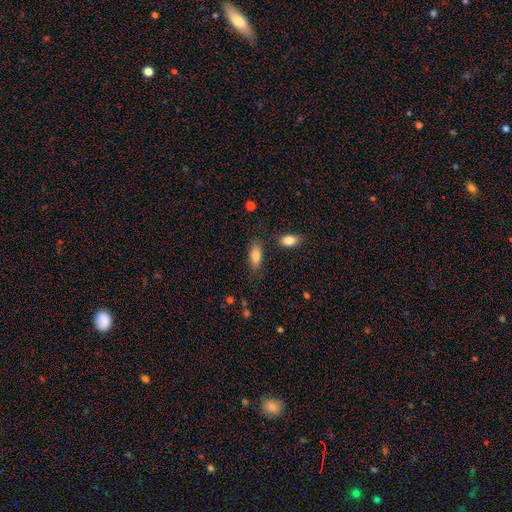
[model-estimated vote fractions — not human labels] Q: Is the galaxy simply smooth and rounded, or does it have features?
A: smooth — 81%.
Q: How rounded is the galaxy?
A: in between — 81%.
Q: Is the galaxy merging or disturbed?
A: none — 76%.